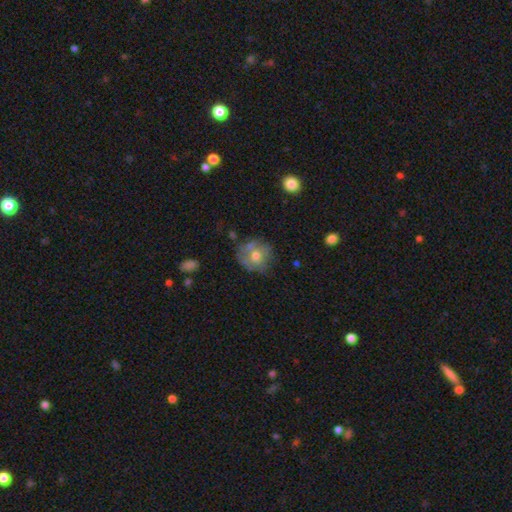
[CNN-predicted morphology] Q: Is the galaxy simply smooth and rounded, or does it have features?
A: smooth — 55%.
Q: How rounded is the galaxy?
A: round — 81%.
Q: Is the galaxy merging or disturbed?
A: none — 60%.